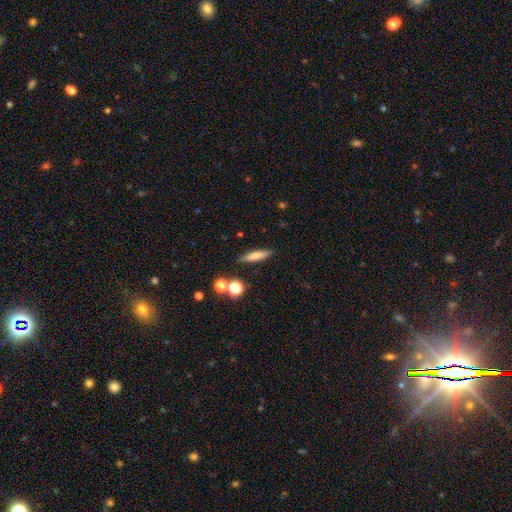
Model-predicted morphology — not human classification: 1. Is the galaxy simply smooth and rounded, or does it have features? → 71% smooth, 20% featured or disk, 9% star or artifact.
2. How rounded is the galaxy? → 79% cigar-shaped, 17% in between, 3% round.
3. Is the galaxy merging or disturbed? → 85% none, 9% minor disturbance, 4% merger, 3% major disturbance.